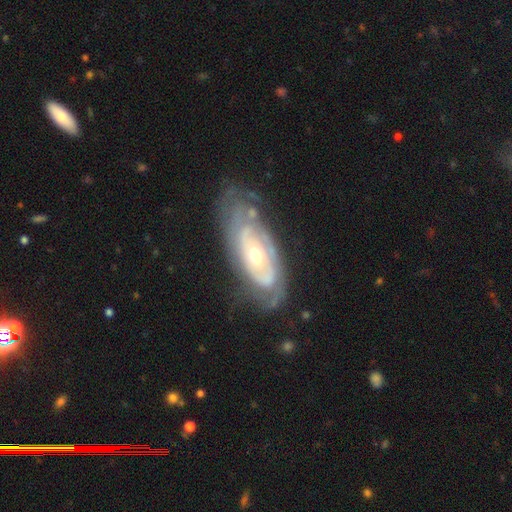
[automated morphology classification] type=featured or disk (81%); edge-on=no (90%); bar=no (73%); spiral arms=yes (79%); winding=tight (69%); arm count=can't tell (49%); bulge=moderate (64%); merging=none (67%).